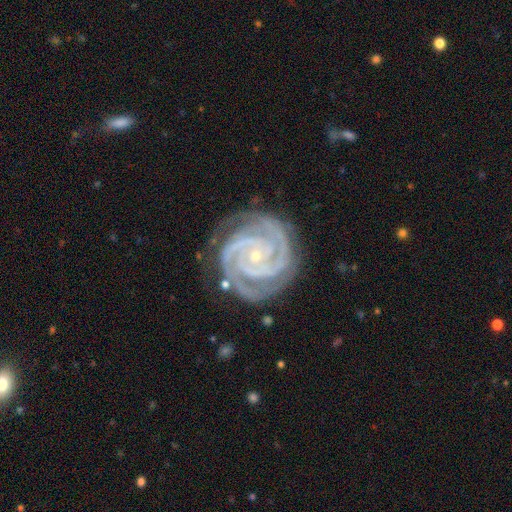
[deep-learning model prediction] This appears to be a featured or disk galaxy (93%) with no bar (66%), 2 (50%) tight (83%) spiral arms (99%) and a small central bulge (85%). Merging: none (77%).